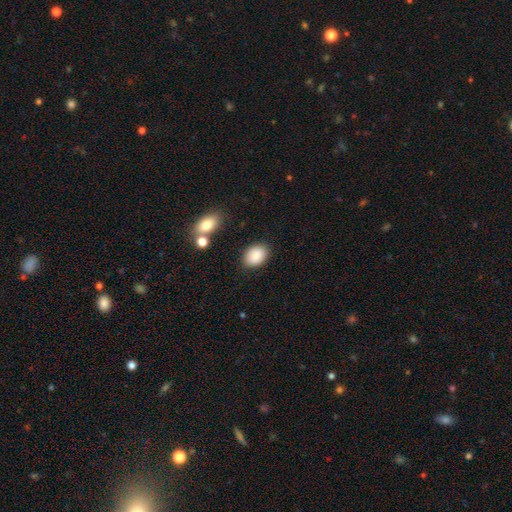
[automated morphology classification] Smooth or featured: smooth — 87% (star or artifact — 7%)
How rounded: in between — 75% (round — 24%)
Merging: none — 84% (minor disturbance — 11%)